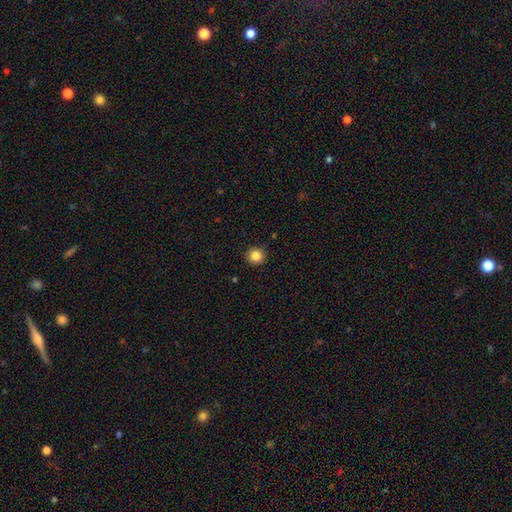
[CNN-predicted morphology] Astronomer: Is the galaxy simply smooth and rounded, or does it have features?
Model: smooth — 86%.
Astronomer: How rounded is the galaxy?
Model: round — 92%.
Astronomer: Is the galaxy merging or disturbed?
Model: none — 90%.